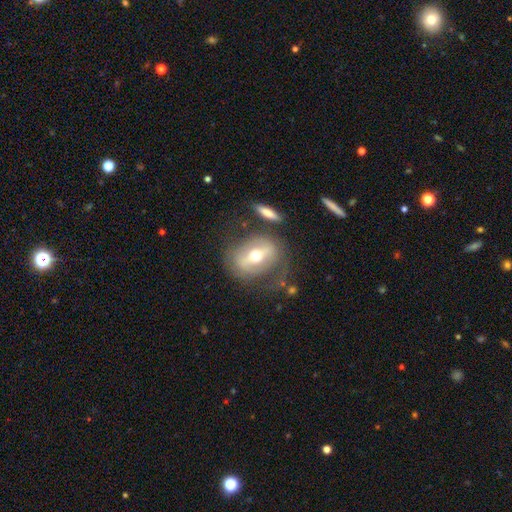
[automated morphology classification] Q: Smooth or featured?
A: featured or disk (63%); runner-up: smooth (29%)
Q: Edge-on disk?
A: no (82%); runner-up: yes (18%)
Q: Bar?
A: strong (59%); runner-up: weak (25%)
Q: Spiral arms?
A: no (69%); runner-up: yes (31%)
Q: Bulge size?
A: moderate (70%); runner-up: small (22%)
Q: Merging?
A: none (64%); runner-up: minor disturbance (18%)